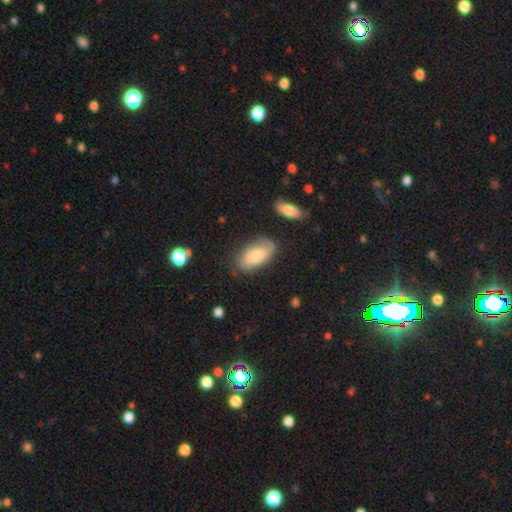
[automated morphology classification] A smooth galaxy with no disk features (69%) that is in between round and cigar-shaped (93%). Merging: none (65%).